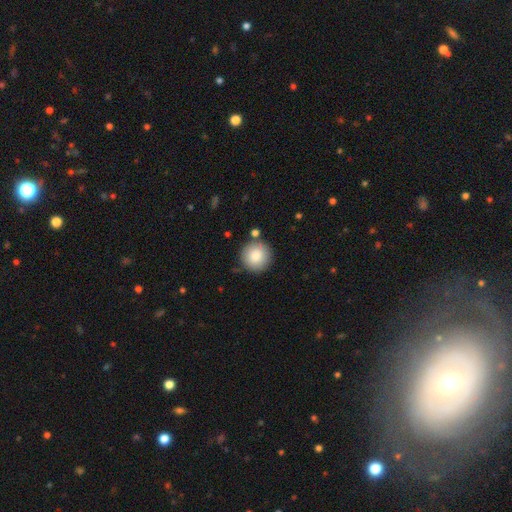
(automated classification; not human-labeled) A smooth galaxy with no disk features (85%) that is round (95%). Merging: none (83%).